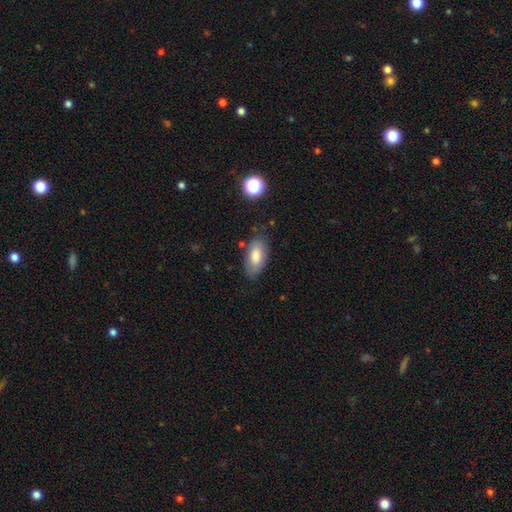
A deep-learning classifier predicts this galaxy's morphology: The model was most divided on "merging": none: 75%, minor disturbance: 18%, major disturbance: 5%, merger: 2%. More confident: how rounded — in between (92%); smooth or featured — smooth (75%).